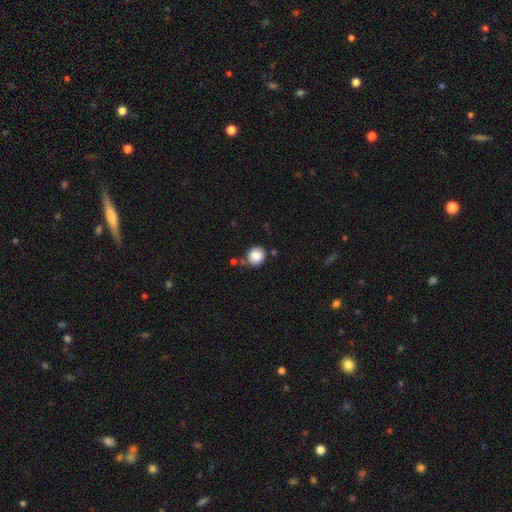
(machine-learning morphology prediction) smooth 85%, star or artifact 9%, featured or disk 6%. Down the decision tree: how rounded — round (89%); merging — none (76%).